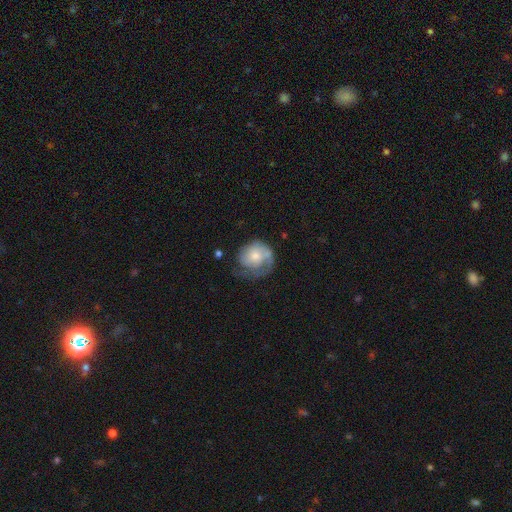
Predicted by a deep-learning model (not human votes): featured or disk 50%, smooth 43%, star or artifact 7%. Down the decision tree: edge-on disk — no (97%); merging — none (43%).